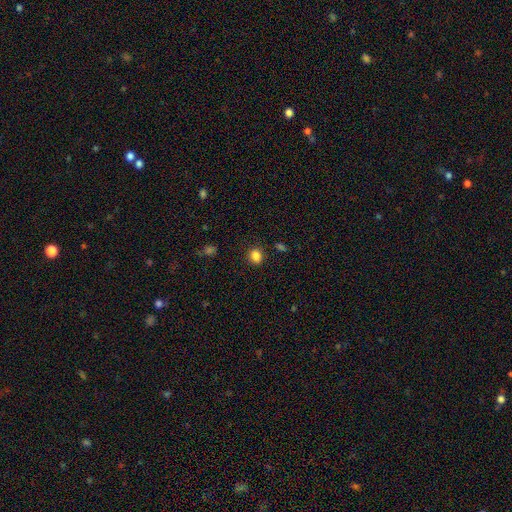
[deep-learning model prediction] smooth 85%, star or artifact 12%, featured or disk 4%. Down the decision tree: how rounded — round (66%); merging — none (87%).